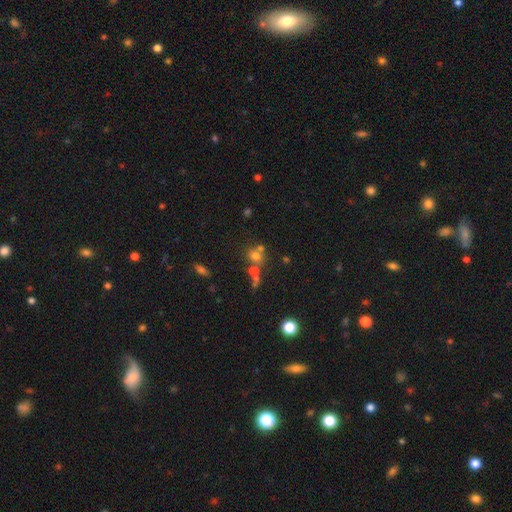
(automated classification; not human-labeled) smooth 62%, star or artifact 23%, featured or disk 15%. Down the decision tree: how rounded — round (75%); merging — none (48%).